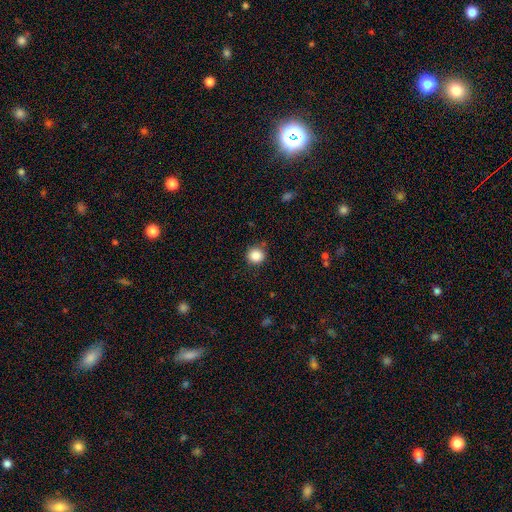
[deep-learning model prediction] The model was most divided on "smooth or featured": smooth: 86%, star or artifact: 10%, featured or disk: 4%. More confident: how rounded — round (92%); merging — none (86%).